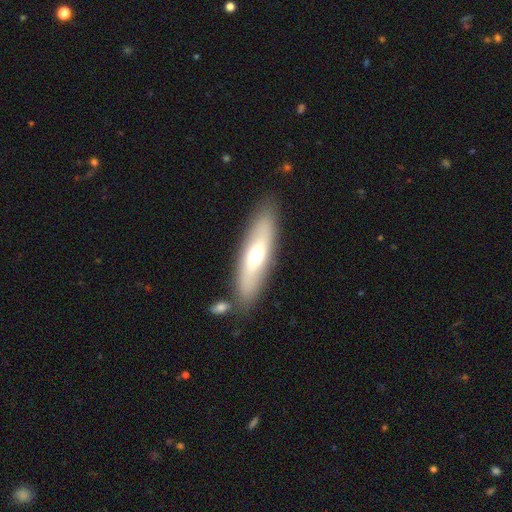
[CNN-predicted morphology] A smooth galaxy with no disk features (54%) that is cigar-shaped (63%). Merging: none (80%).